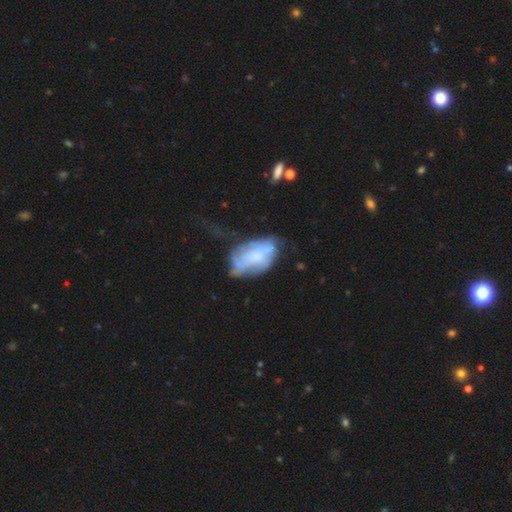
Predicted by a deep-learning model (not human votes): Morphology: type=featured or disk (58%); edge-on=no (95%); bar=no (74%); spiral arms=yes (56%); bulge=small (36%); merging=none (37%).